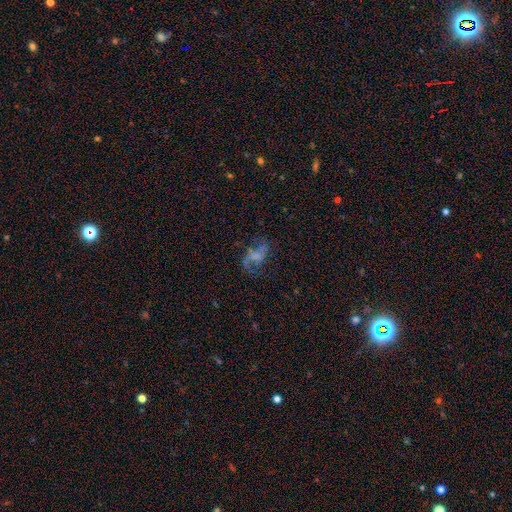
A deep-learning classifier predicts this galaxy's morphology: This appears to be a featured or disk galaxy (58%) with no bar (55%), spiral arms (71%) and no central bulge (56%). Merging: none (47%).